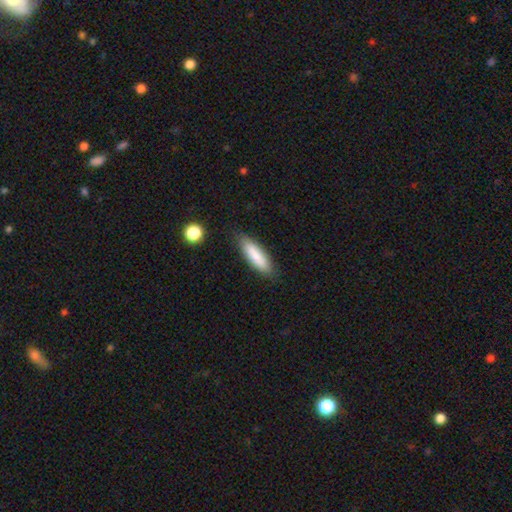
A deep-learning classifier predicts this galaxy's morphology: smooth-or-featured: smooth: 82% | featured or disk: 12% | star or artifact: 6%
  how-rounded: cigar-shaped: 61% | in between: 37% | round: 1%
  merging: none: 84% | minor disturbance: 12% | major disturbance: 2% | merger: 2%